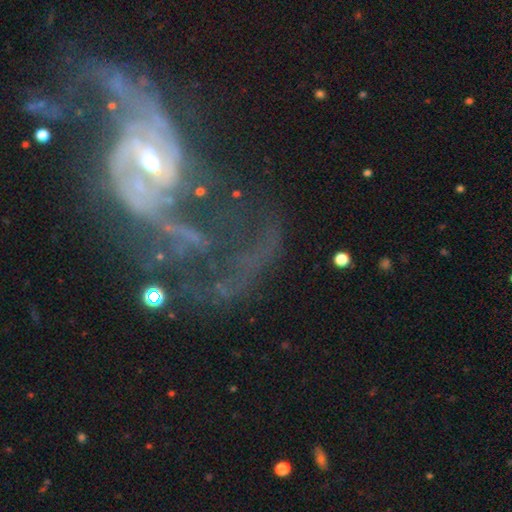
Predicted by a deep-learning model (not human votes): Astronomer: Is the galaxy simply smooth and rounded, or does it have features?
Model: featured or disk — 61%.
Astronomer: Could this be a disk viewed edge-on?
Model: no — 89%.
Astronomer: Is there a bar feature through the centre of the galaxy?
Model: no — 41% (runner-up: weak, 31%).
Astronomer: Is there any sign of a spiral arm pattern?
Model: yes — 67%.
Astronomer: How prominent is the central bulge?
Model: small — 43% (runner-up: moderate, 32%).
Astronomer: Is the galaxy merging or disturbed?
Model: none — 42% (runner-up: major disturbance, 28%).